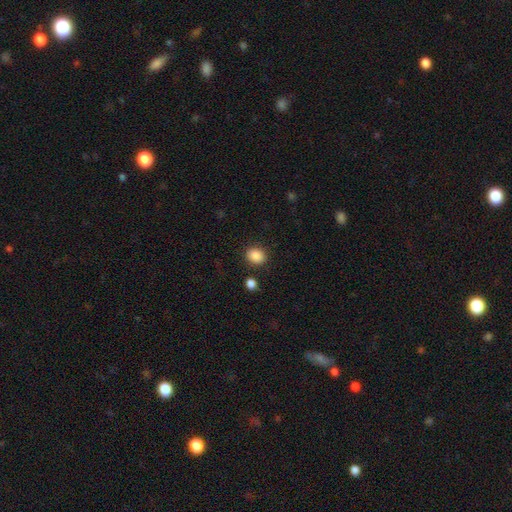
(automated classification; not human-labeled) This appears to be a smooth galaxy with no disk features (87%) that is round (59%). Merging: none (86%).